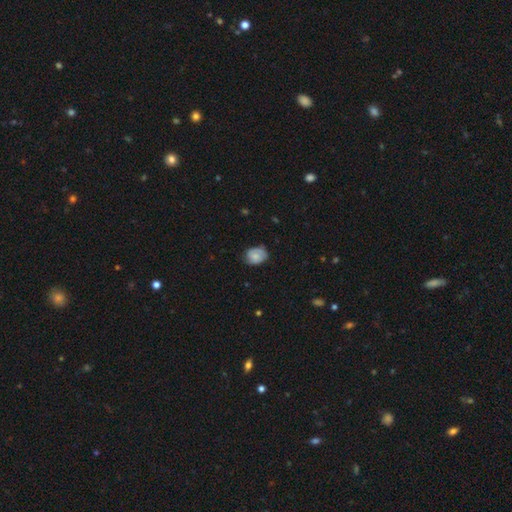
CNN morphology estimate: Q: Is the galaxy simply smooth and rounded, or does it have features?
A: smooth — 63%.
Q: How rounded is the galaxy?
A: in between — 59%.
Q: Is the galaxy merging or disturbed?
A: none — 66%.